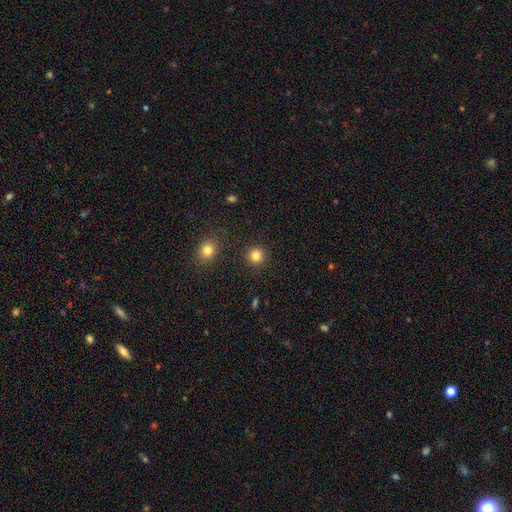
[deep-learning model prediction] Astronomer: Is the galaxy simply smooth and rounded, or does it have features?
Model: smooth — 84%.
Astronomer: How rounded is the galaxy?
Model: round — 93%.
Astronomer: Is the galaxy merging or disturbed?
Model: none — 91%.